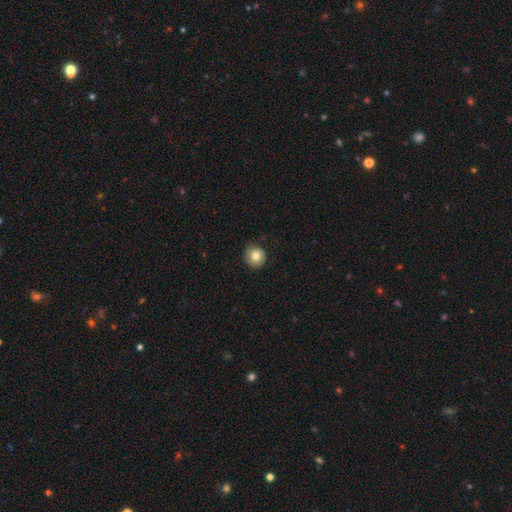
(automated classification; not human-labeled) smooth 81%, featured or disk 10%, star or artifact 9%. Down the decision tree: how rounded — round (92%); merging — none (84%).